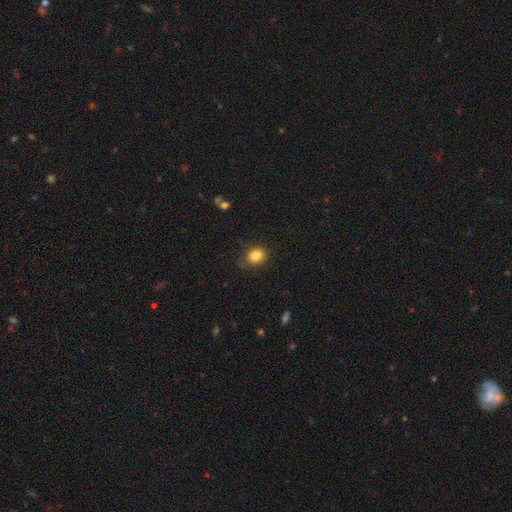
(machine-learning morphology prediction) This is clearly a smooth galaxy (84%). How rounded: possibly round (57%). Merging: likely none (79%).